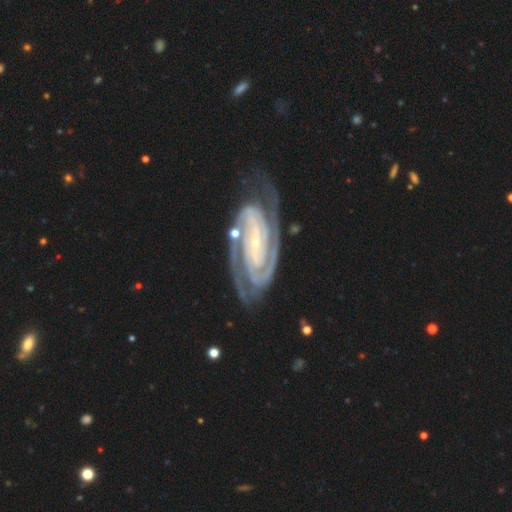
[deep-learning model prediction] smooth-or-featured: featured or disk: 85% | star or artifact: 8% | smooth: 7%
  disk-edge-on: no: 93% | yes: 7%
    bar: strong: 38% | weak: 37% | no: 24%
    has-spiral-arms: yes: 97% | no: 3%
      spiral-winding: tight: 61% | medium: 32% | loose: 7%
      spiral-arm-count: 2: 62% | can't tell: 14% | 3: 10% | 4: 5% | 1: 5% | more than 4: 4%
    bulge-size: small: 55% | moderate: 20% | none: 19% | large: 4% | dominant: 2%
  merging: none: 76% | minor disturbance: 14% | major disturbance: 7% | merger: 2%